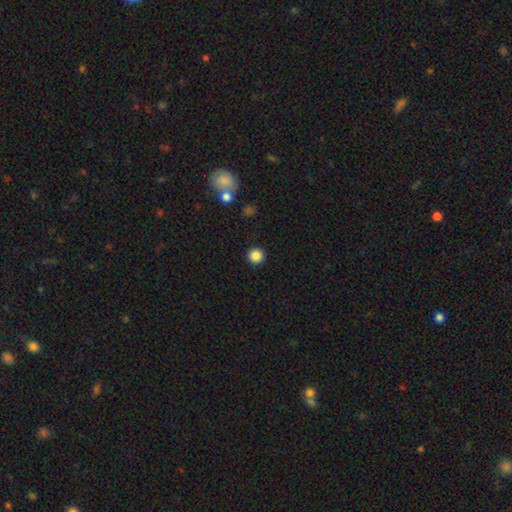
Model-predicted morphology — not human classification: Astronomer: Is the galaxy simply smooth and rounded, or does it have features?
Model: smooth — 87%.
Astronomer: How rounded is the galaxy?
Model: round — 95%.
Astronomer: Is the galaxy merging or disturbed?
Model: none — 93%.